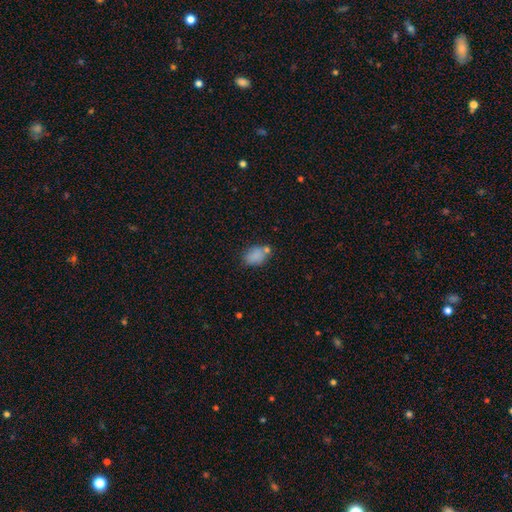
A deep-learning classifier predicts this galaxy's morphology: This is likely a smooth galaxy (80%). How rounded: likely in between (74%). Merging: possibly none (55%).